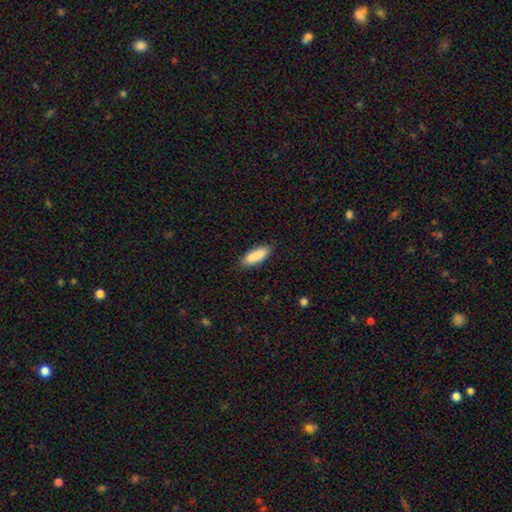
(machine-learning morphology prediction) A smooth galaxy with no disk features (90%) that is in between round and cigar-shaped (70%).

Vote fractions:
- Smooth or featured? smooth: 90% / star or artifact: 6% / featured or disk: 5%
- How rounded? in between: 70% / cigar-shaped: 29% / round: 2%
- Merging? none: 86% / minor disturbance: 11% / major disturbance: 2% / merger: 1%